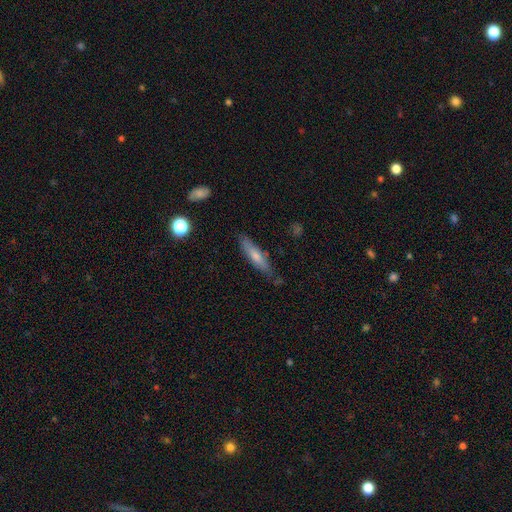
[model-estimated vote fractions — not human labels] The model was most divided on "smooth or featured": smooth: 63%, featured or disk: 31%, star or artifact: 7%. More confident: how rounded — cigar-shaped (79%); merging — none (78%).